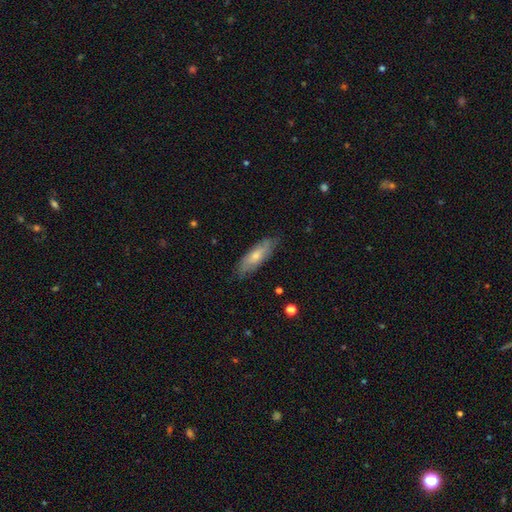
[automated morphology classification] Q: Smooth or featured?
A: smooth (52%); runner-up: featured or disk (41%)
Q: How rounded?
A: cigar-shaped (53%); runner-up: in between (45%)
Q: Merging?
A: none (82%); runner-up: minor disturbance (14%)